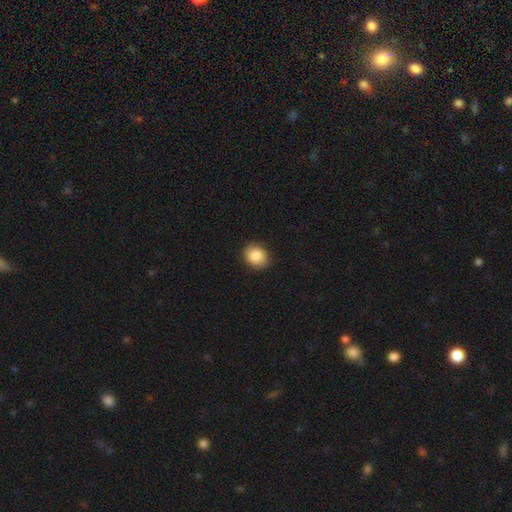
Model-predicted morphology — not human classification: smooth_or_featured: smooth (p=0.87) [alt: star or artifact p=0.08]
how_rounded: round (p=0.55) [alt: in between p=0.44]
merging: none (p=0.88) [alt: minor disturbance p=0.09]